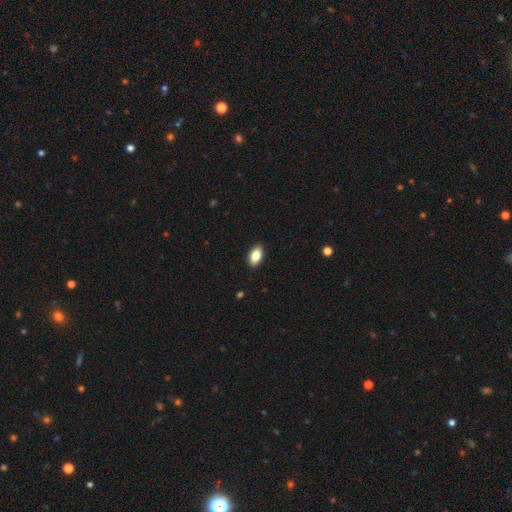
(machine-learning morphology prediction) Smooth or featured? Predicted: smooth (p=0.86). How rounded? Predicted: in between (p=0.93). Merging? Predicted: none (p=0.90).